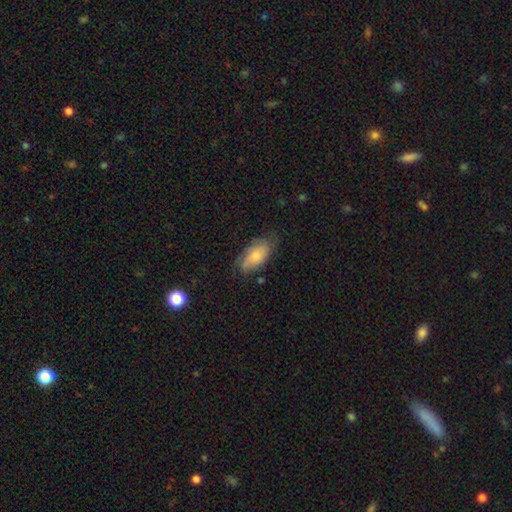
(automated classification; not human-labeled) smooth-or-featured: smooth: 65% | featured or disk: 28% | star or artifact: 7%
  how-rounded: in between: 91% | cigar-shaped: 5% | round: 4%
  merging: none: 60% | minor disturbance: 29% | major disturbance: 9% | merger: 2%